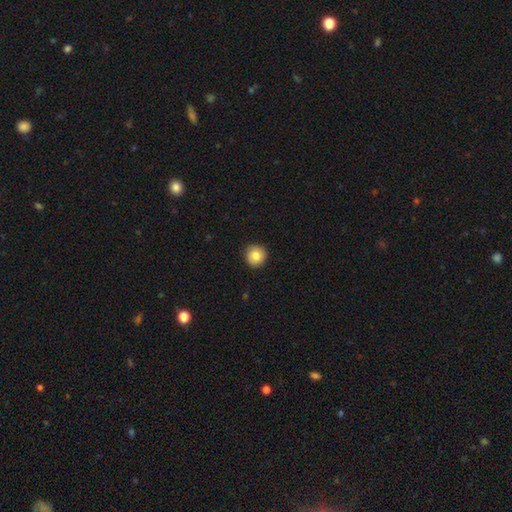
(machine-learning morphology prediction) A smooth galaxy with no disk features (83%) that is round (95%). Merging: none (91%).